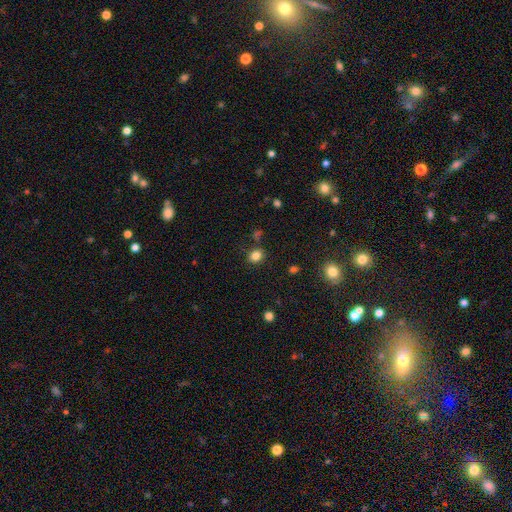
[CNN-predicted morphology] Smooth or featured: smooth — 82% (star or artifact — 13%)
How rounded: round — 71% (in between — 29%)
Merging: none — 81% (minor disturbance — 11%)